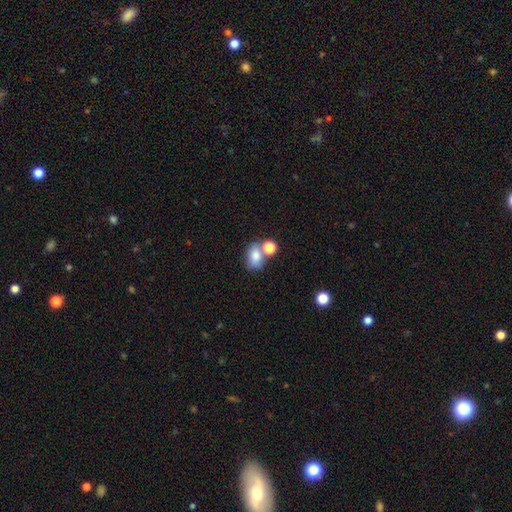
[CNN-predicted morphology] Overall: smooth (78%). How rounded: in between (72%). Merging: none (46%; merger 35%).